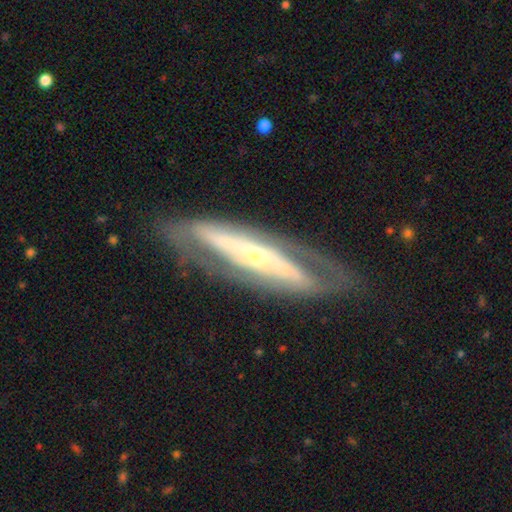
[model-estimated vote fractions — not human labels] smooth_or_featured: featured or disk (p=0.77) [alt: smooth p=0.17]
disk_edge_on: no (p=0.64) [alt: yes p=0.36]
merging: none (p=0.71) [alt: minor disturbance p=0.17]